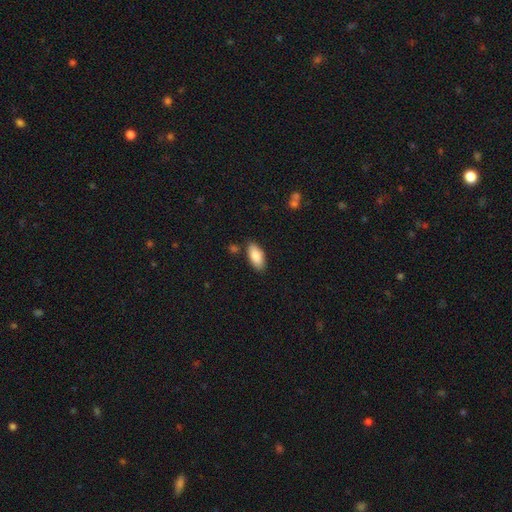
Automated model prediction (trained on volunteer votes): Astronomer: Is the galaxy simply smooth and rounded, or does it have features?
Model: smooth — 87%.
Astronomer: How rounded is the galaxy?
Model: in between — 89%.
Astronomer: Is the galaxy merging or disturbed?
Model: none — 83%.